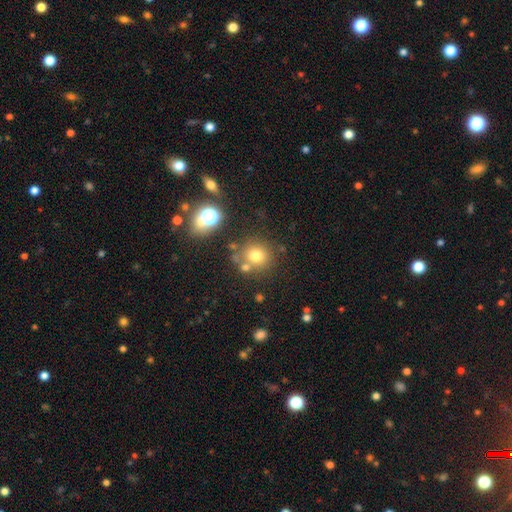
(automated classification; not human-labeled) Overall: smooth (72%). How rounded: round (86%). Merging: none (69%).